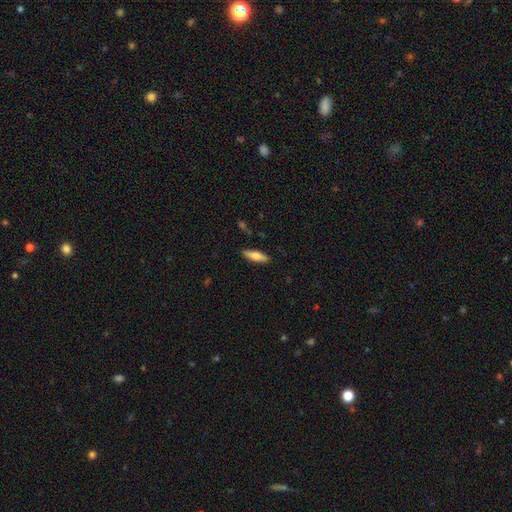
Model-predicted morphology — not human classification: A smooth galaxy with no disk features (70%) that is cigar-shaped (54%). Merging: none (88%).